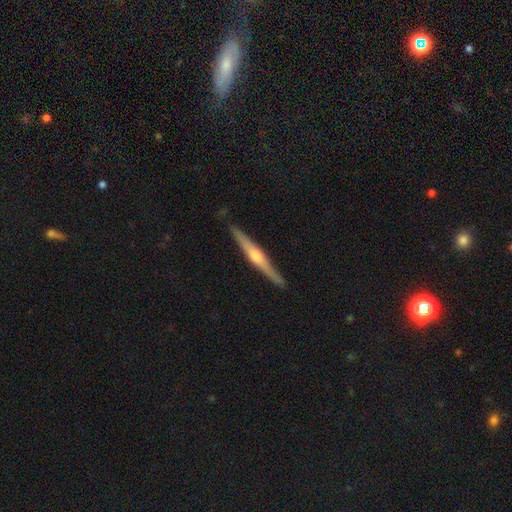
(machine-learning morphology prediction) Smooth or featured? featured or disk (75%)
Edge-on disk? yes (98%)
Edge-on bulge? rounded (85%)
Merging? none (90%)